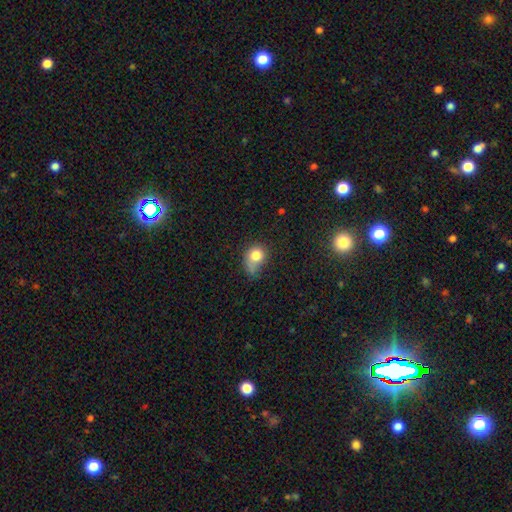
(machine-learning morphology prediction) Overall: smooth (79%). How rounded: round (63%; in between 36%). Merging: none (36%; minor disturbance 33%).